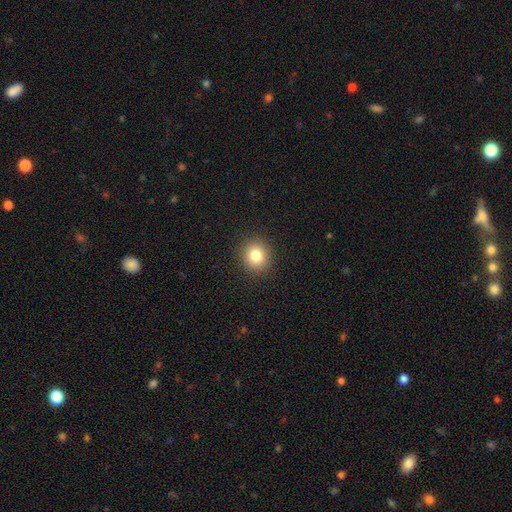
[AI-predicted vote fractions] smooth 82%, star or artifact 11%, featured or disk 7%. Down the decision tree: how rounded — round (86%); merging — none (91%).